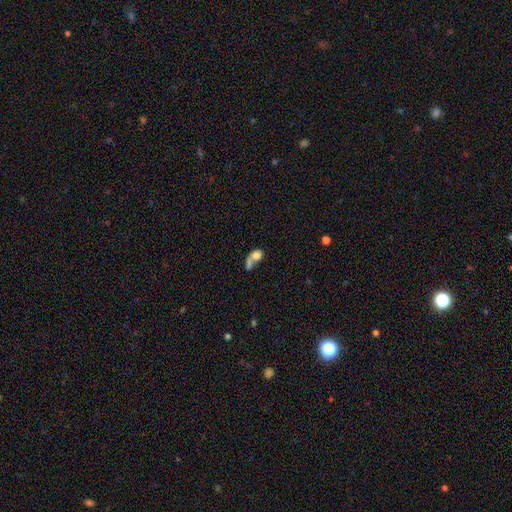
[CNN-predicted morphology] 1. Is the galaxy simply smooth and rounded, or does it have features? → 64% smooth, 26% featured or disk, 11% star or artifact.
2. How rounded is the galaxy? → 60% in between, 35% round, 5% cigar-shaped.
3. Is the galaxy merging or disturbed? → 48% merger, 22% major disturbance, 20% none, 10% minor disturbance.